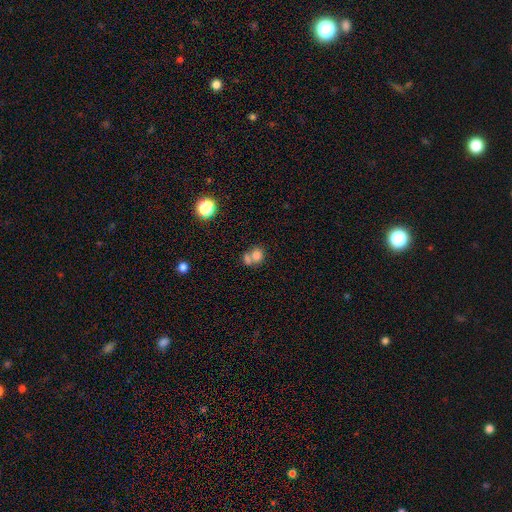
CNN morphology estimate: Smooth or featured? Predicted: smooth (p=0.75). How rounded? Predicted: round (p=0.62). Merging? Predicted: merger (p=0.54).